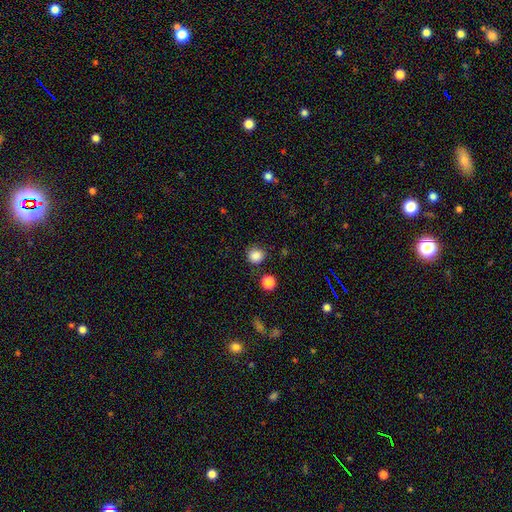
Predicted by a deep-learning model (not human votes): smooth-or-featured: smooth: 85% | star or artifact: 12% | featured or disk: 3%
  how-rounded: round: 89% | in between: 10% | cigar-shaped: 1%
  merging: none: 83% | minor disturbance: 10% | merger: 3% | major disturbance: 3%